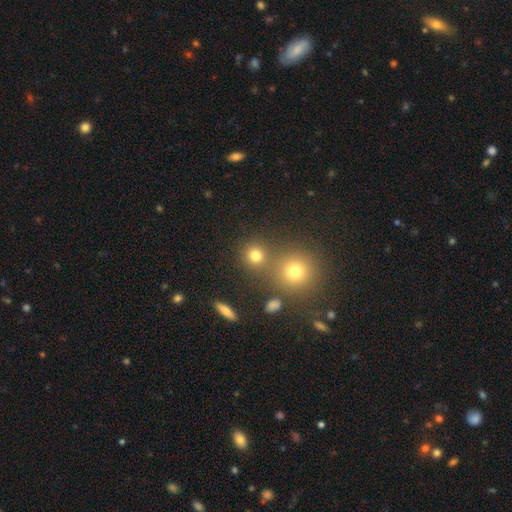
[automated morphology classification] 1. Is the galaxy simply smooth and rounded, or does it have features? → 76% smooth, 17% star or artifact, 8% featured or disk.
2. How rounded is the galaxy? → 88% round, 11% in between, 1% cigar-shaped.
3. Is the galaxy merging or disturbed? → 66% none, 23% merger, 7% minor disturbance, 4% major disturbance.